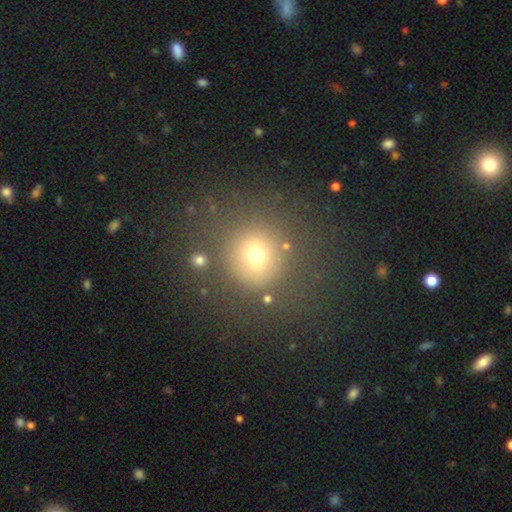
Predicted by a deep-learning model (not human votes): Smooth or featured? smooth (67%)
How rounded? round (92%)
Merging? none (78%)